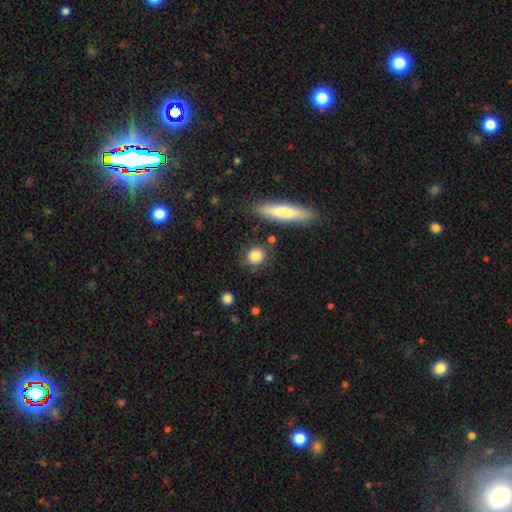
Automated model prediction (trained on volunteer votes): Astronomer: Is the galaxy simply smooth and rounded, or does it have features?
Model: smooth — 84%.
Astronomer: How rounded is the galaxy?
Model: round — 74%.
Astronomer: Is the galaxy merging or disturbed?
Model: none — 79%.